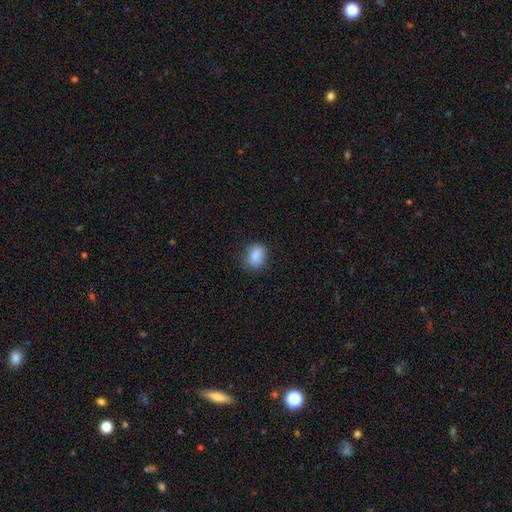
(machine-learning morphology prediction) smooth 86%, star or artifact 9%, featured or disk 6%. Down the decision tree: how rounded — in between (67%); merging — none (77%).